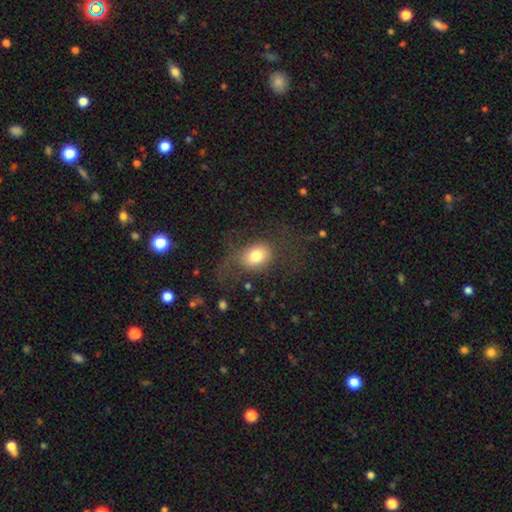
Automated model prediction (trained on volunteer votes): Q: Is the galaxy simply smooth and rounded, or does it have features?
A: smooth — 72%.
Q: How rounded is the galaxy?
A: in between — 66%.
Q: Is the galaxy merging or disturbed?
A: none — 49%.